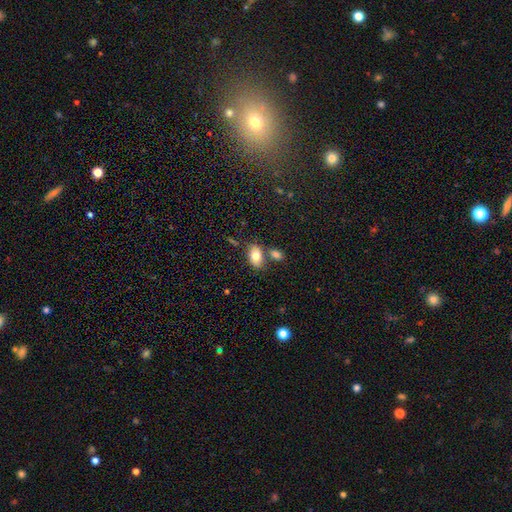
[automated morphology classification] This is likely a smooth galaxy (78%). How rounded: clearly in between (90%). Merging: likely none (64%).